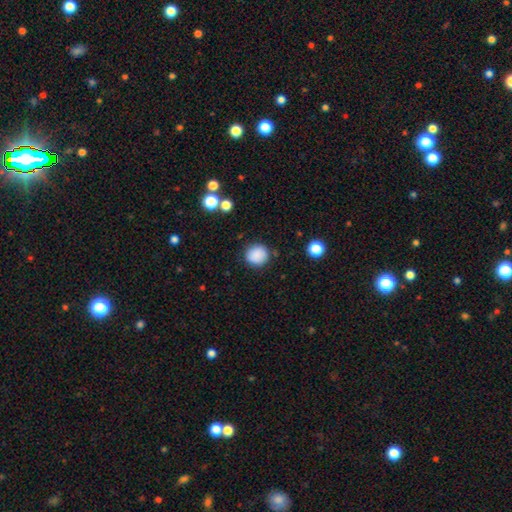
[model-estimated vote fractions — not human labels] smooth 87%, star or artifact 9%, featured or disk 3%. Down the decision tree: how rounded — round (86%); merging — none (85%).